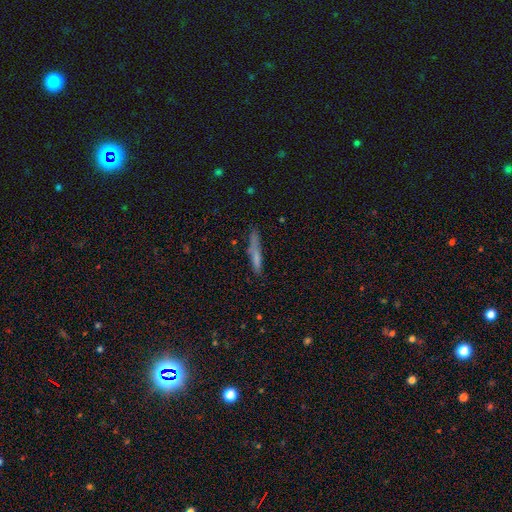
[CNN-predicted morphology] smooth_or_featured: smooth (p=0.69) [alt: featured or disk p=0.22]
how_rounded: cigar-shaped (p=0.93) [alt: in between p=0.06]
merging: none (p=0.73) [alt: minor disturbance p=0.19]